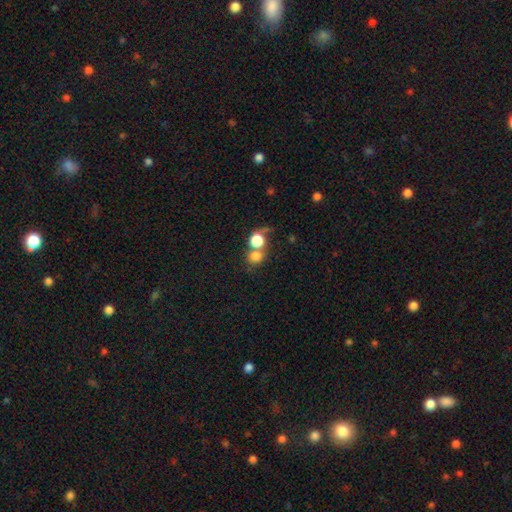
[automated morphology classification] smooth-or-featured: smooth: 77% | star or artifact: 12% | featured or disk: 11%
  how-rounded: round: 83% | in between: 16% | cigar-shaped: 1%
  merging: merger: 48% | none: 38% | minor disturbance: 7% | major disturbance: 7%